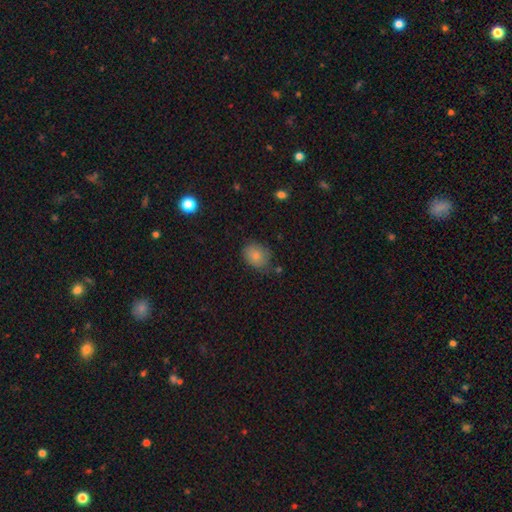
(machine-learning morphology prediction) smooth_or_featured: smooth (p=0.82) [alt: star or artifact p=0.10]
how_rounded: in between (p=0.52) [alt: round p=0.47]
merging: none (p=0.70) [alt: minor disturbance p=0.22]